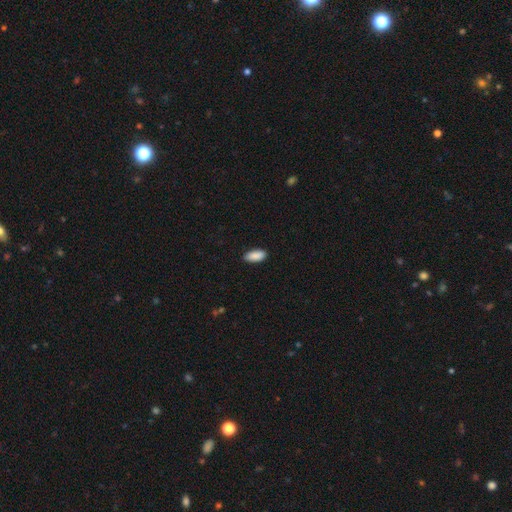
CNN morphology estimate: Overall: smooth (91%). How rounded: in between (90%). Merging: none (88%).